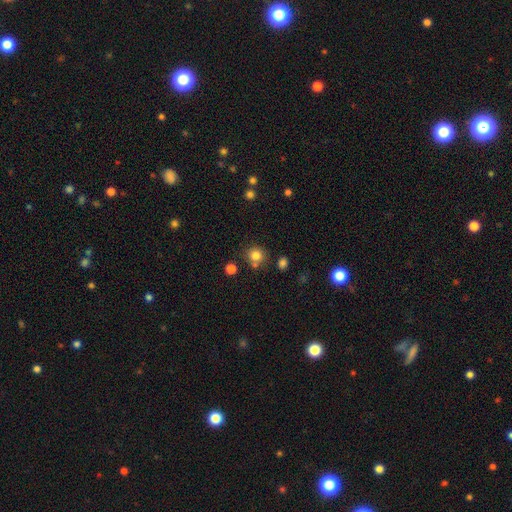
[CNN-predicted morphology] smooth-or-featured: smooth: 82% | star or artifact: 13% | featured or disk: 6%
  how-rounded: round: 88% | in between: 11% | cigar-shaped: 1%
  merging: none: 72% | merger: 13% | minor disturbance: 11% | major disturbance: 4%